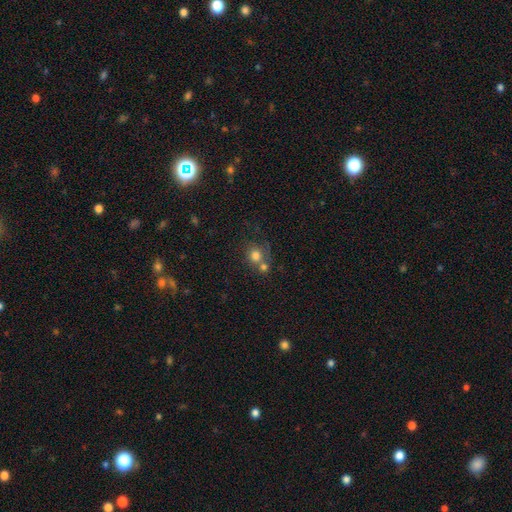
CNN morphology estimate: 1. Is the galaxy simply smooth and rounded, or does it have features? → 76% smooth, 12% featured or disk, 12% star or artifact.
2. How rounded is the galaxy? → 82% round, 17% in between, 1% cigar-shaped.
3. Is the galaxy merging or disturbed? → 43% none, 41% merger, 10% minor disturbance, 5% major disturbance.